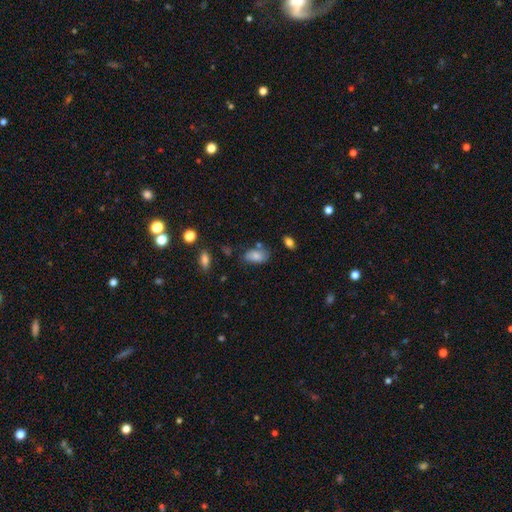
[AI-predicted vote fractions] Smooth or featured: smooth — 80% (featured or disk — 11%)
How rounded: in between — 93% (round — 5%)
Merging: none — 62% (minor disturbance — 25%)